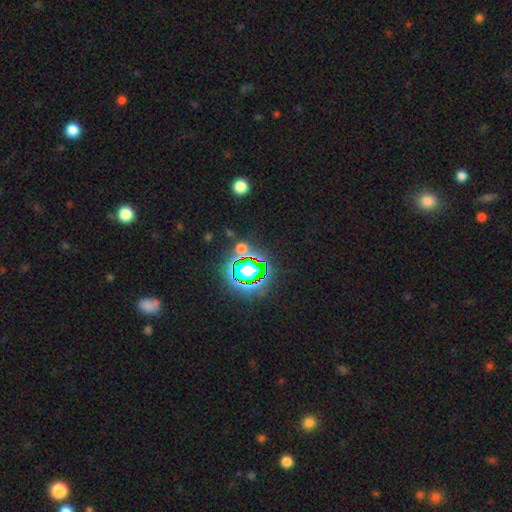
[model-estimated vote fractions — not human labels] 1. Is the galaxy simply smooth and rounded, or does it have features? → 78% star or artifact, 14% smooth, 7% featured or disk.